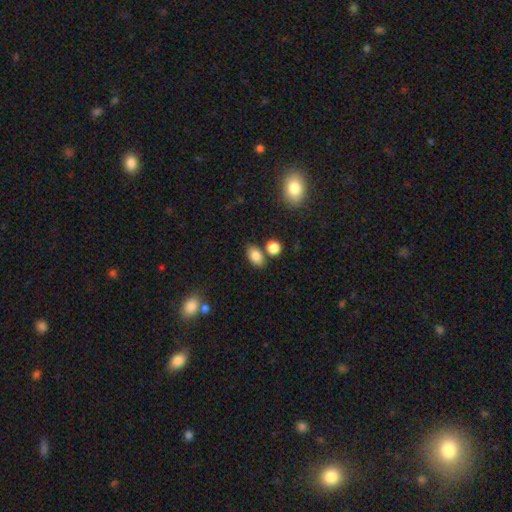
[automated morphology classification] Smooth or featured: smooth — 83% (star or artifact — 10%)
How rounded: in between — 85% (round — 13%)
Merging: none — 71% (merger — 13%)